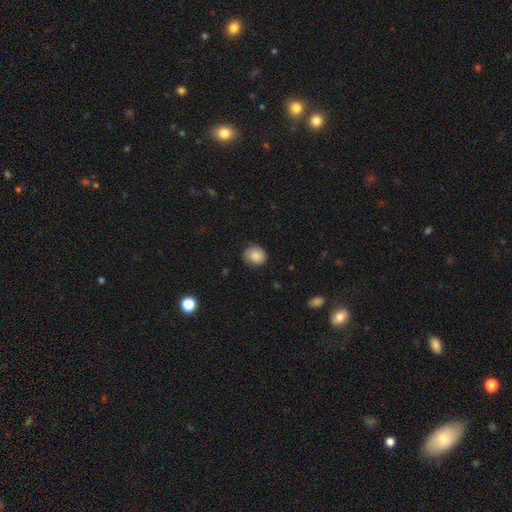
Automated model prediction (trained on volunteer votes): Smooth or featured? smooth (85%)
How rounded? round (79%)
Merging? none (76%)